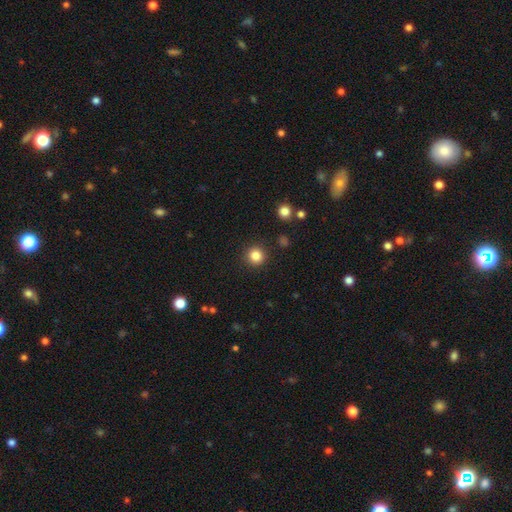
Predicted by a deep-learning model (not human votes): The model was most divided on "smooth or featured": smooth: 85%, star or artifact: 11%, featured or disk: 4%. More confident: how rounded — round (93%); merging — none (91%).